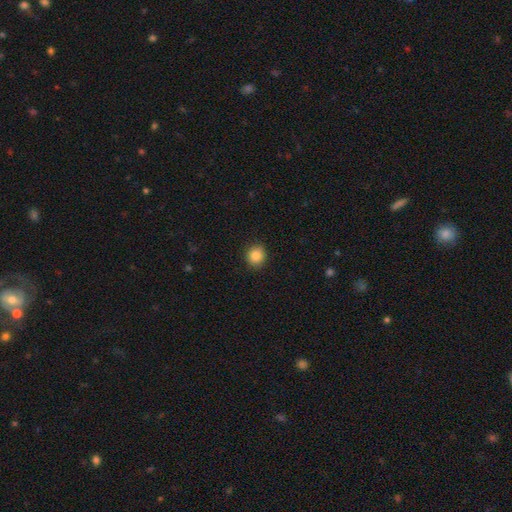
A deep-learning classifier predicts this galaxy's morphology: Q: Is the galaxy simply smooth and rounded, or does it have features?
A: smooth — 86%.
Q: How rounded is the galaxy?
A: round — 79%.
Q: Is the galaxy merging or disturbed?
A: none — 89%.